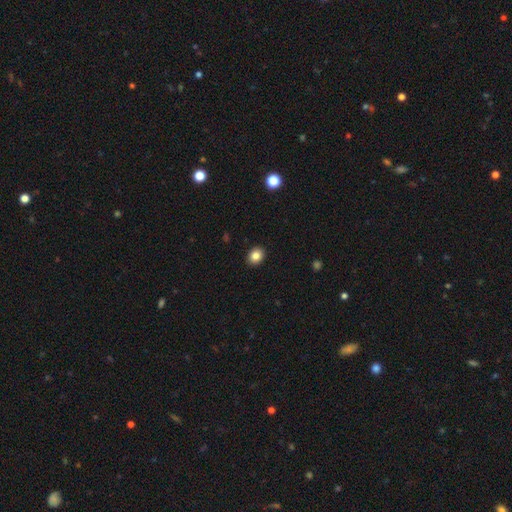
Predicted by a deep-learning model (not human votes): Q: Smooth or featured?
A: smooth (85%); runner-up: star or artifact (10%)
Q: How rounded?
A: round (52%); runner-up: in between (47%)
Q: Merging?
A: none (91%); runner-up: minor disturbance (6%)